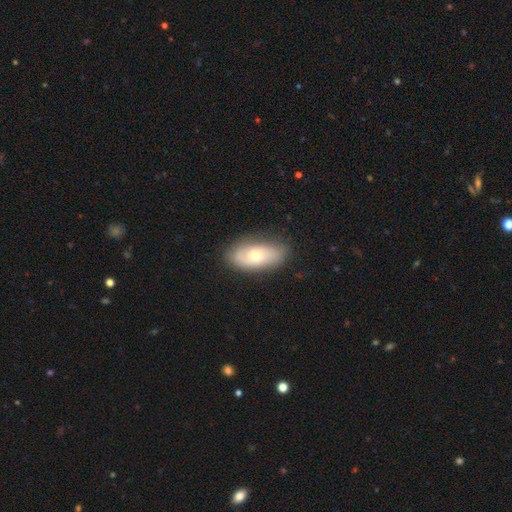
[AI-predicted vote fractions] A smooth galaxy with no disk features (51%) that is in between round and cigar-shaped (89%).

Vote fractions:
- Smooth or featured? smooth: 51% / featured or disk: 42% / star or artifact: 7%
- How rounded? in between: 89% / cigar-shaped: 6% / round: 6%
- Merging? none: 75% / minor disturbance: 19% / major disturbance: 5% / merger: 1%